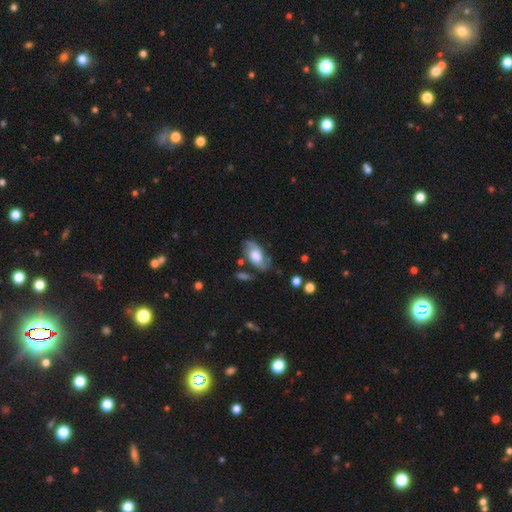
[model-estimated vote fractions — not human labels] Q: Smooth or featured?
A: featured or disk (58%); runner-up: smooth (35%)
Q: Edge-on disk?
A: no (91%); runner-up: yes (9%)
Q: Bar?
A: no (66%); runner-up: weak (28%)
Q: Spiral arms?
A: yes (80%); runner-up: no (20%)
Q: Bulge size?
A: large (53%); runner-up: moderate (31%)
Q: Merging?
A: none (64%); runner-up: minor disturbance (23%)